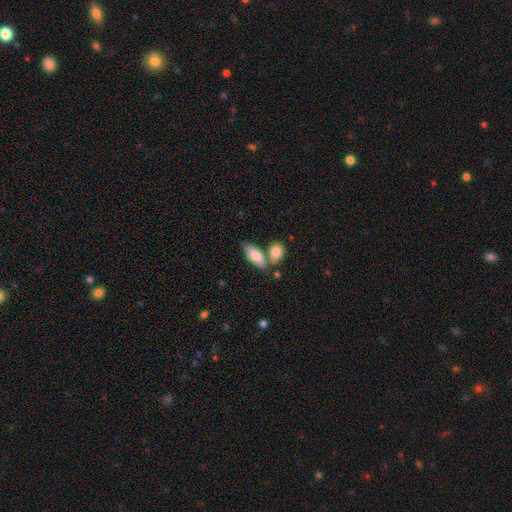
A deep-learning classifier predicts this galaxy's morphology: The model was most divided on "merging": none: 55%, merger: 29%, minor disturbance: 12%, major disturbance: 3%. More confident: how rounded — in between (82%); smooth or featured — smooth (79%).